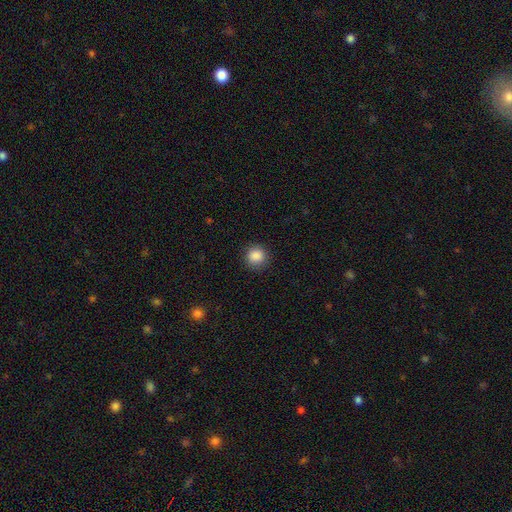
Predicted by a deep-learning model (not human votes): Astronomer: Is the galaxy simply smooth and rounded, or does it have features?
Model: smooth — 87%.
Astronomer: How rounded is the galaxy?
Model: round — 92%.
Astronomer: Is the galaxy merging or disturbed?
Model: none — 88%.